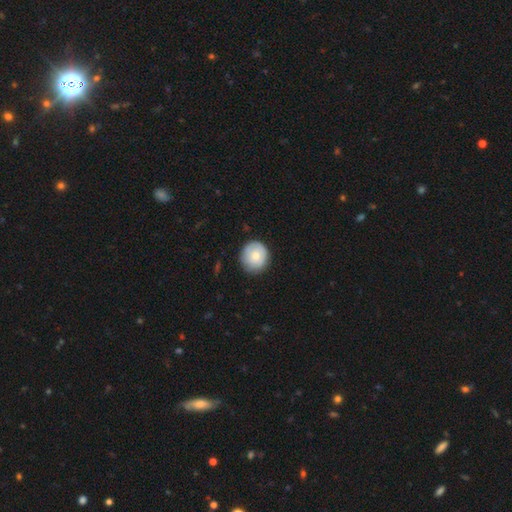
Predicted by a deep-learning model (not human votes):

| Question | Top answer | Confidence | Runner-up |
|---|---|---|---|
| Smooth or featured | smooth | 70% | featured or disk (23%) |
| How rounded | round | 89% | in between (10%) |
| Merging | none | 80% | minor disturbance (16%) |